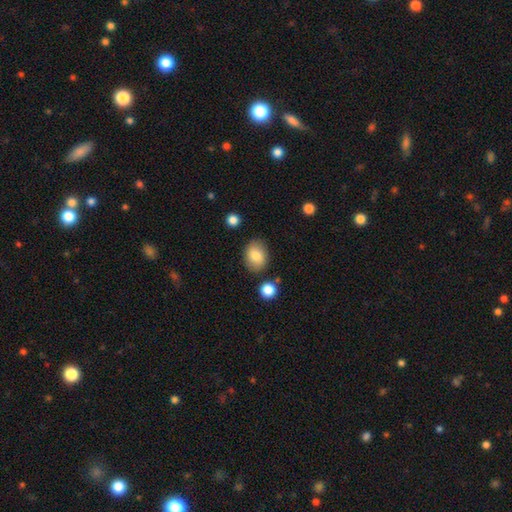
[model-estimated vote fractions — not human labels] Q: Smooth or featured?
A: smooth (83%); runner-up: featured or disk (10%)
Q: How rounded?
A: in between (65%); runner-up: round (34%)
Q: Merging?
A: none (82%); runner-up: minor disturbance (12%)